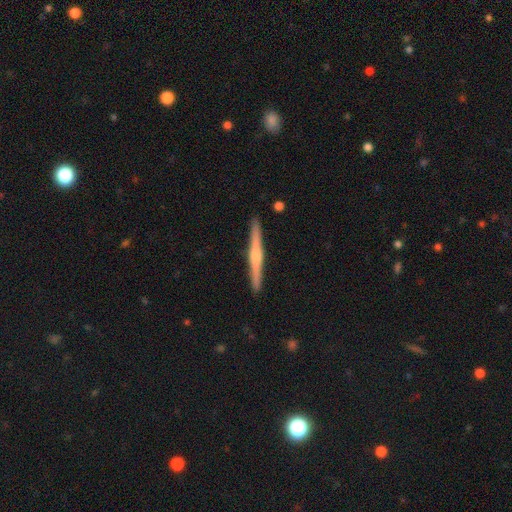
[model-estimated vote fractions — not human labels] Morphology: type=featured or disk (67%); edge-on=yes (98%); edge-on bulge=rounded (72%); merging=none (92%).